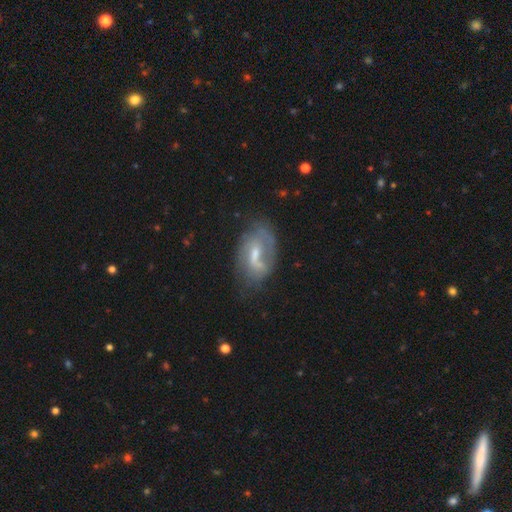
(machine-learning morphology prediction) Smooth or featured?
  - featured or disk: 66% *
  - smooth: 26%
  - star or artifact: 8%
Edge-on disk?
  - no: 94% *
  - yes: 6%
Bar?
  - weak: 53% *
  - no: 29%
  - strong: 18%
Spiral arms?
  - yes: 72% *
  - no: 28%
Bulge size?
  - small: 45% *
  - moderate: 42%
  - none: 9%
  - large: 3%
  - dominant: 1%
Merging?
  - none: 56% *
  - minor disturbance: 26%
  - major disturbance: 14%
  - merger: 4%